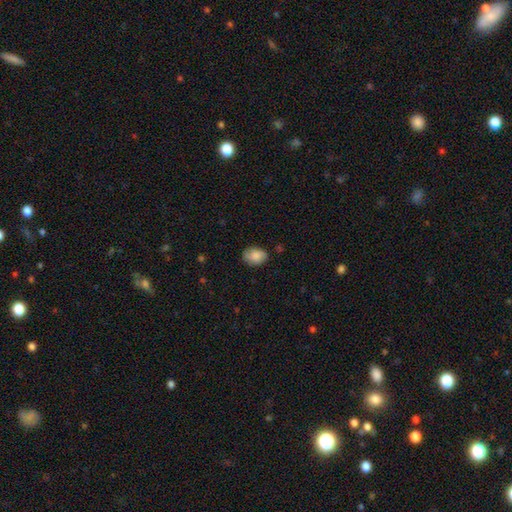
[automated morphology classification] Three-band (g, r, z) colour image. It shows a smooth galaxy with no disk features (82%) that is in between round and cigar-shaped (72%). Merging: none (74%).